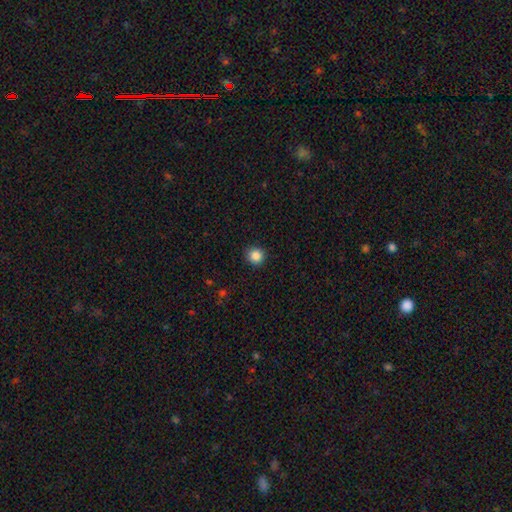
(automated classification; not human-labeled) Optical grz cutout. It shows a smooth galaxy with no disk features (86%) that is round (92%). Merging: none (91%).